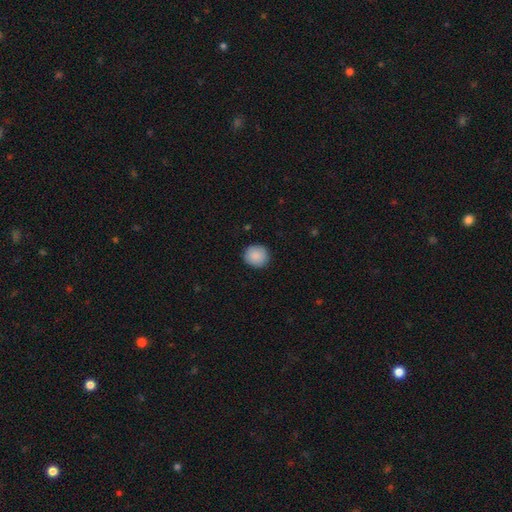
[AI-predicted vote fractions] Overall: smooth (89%). How rounded: round (90%). Merging: none (89%).